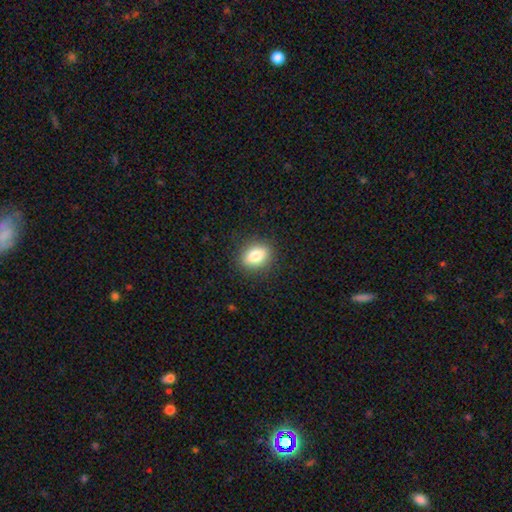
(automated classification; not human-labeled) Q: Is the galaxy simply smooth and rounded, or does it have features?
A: smooth — 80%.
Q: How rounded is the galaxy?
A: in between — 71%.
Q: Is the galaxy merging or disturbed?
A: none — 87%.